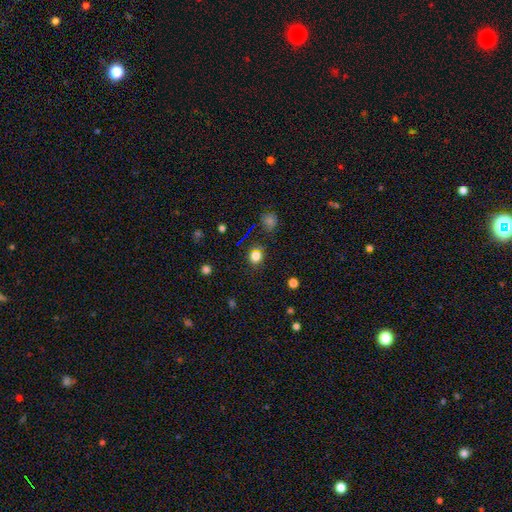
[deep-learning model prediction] A smooth galaxy with no disk features (75%) that is round (82%). Merging: none (84%).